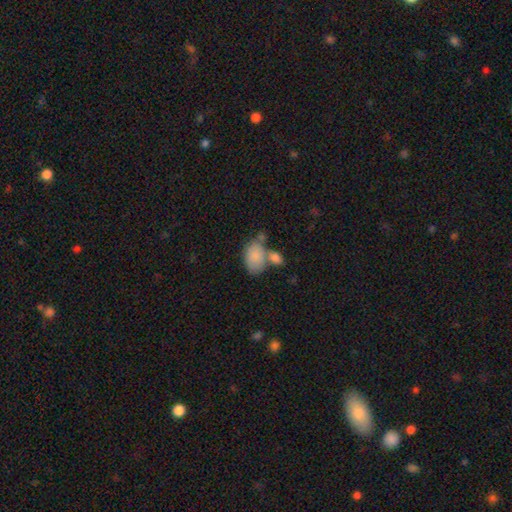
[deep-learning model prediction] The model was most divided on "merging" (2-way tie): merger: 38%, none: 38%, minor disturbance: 17%, major disturbance: 8%. More confident: how rounded — in between (89%); smooth or featured — smooth (83%).